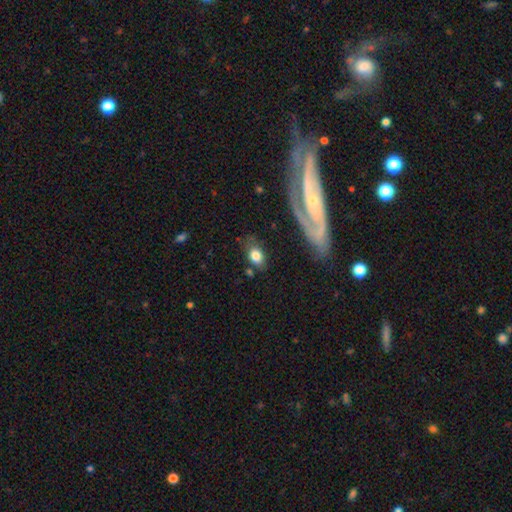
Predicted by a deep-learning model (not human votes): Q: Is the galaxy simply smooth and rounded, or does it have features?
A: smooth — 76%.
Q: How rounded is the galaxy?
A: in between — 71%.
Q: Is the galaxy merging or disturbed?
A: none — 69%.